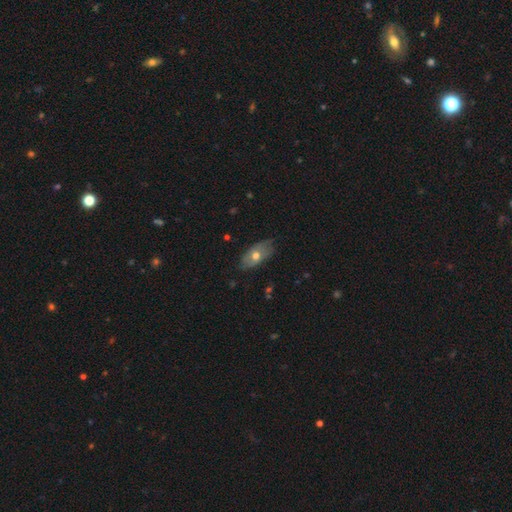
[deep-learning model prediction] Morphology: type=smooth (55%); roundness=in between (89%); merging=none (69%).